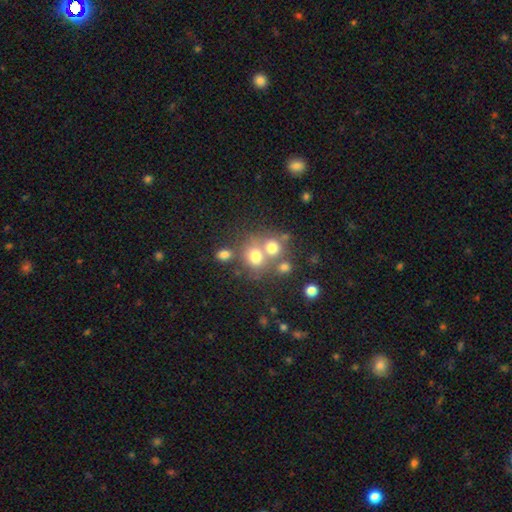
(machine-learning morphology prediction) Smooth or featured: smooth — 68% (featured or disk — 16%)
How rounded: round — 68% (in between — 30%)
Merging: merger — 44% (none — 40%)